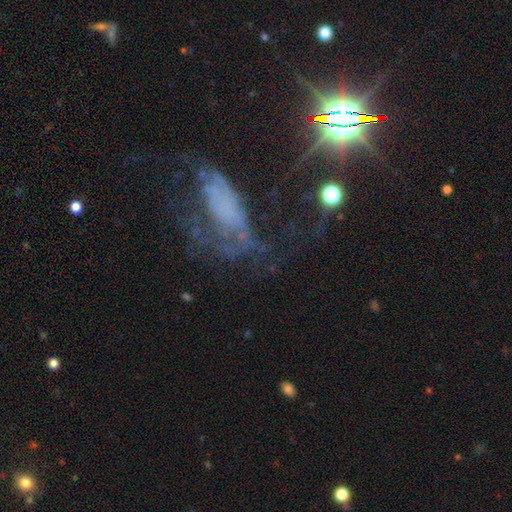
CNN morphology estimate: The model was most divided on "merging": major disturbance: 41%, none: 35%, minor disturbance: 20%, merger: 4%. Remaining: smooth or featured — featured or disk (46%).